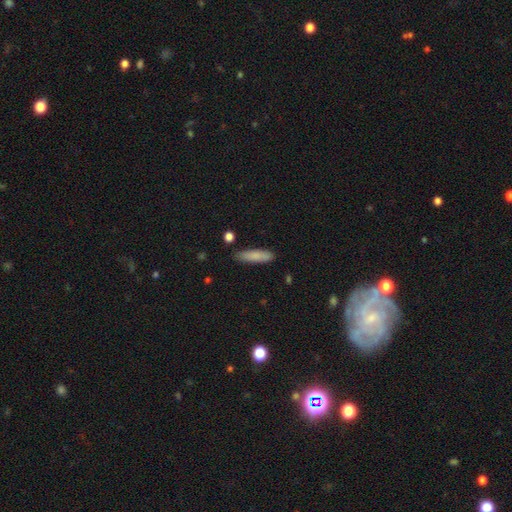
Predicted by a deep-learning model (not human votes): smooth-or-featured: smooth: 83% | featured or disk: 11% | star or artifact: 6%
  how-rounded: cigar-shaped: 77% | in between: 22% | round: 2%
  merging: none: 85% | minor disturbance: 11% | major disturbance: 2% | merger: 2%